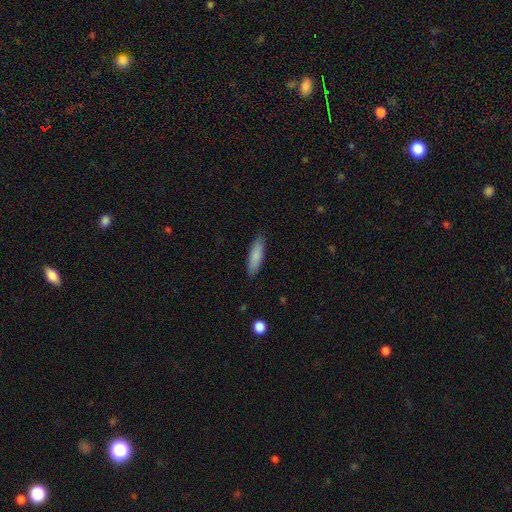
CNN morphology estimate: Smooth or featured: smooth — 83% (featured or disk — 11%)
How rounded: cigar-shaped — 67% (in between — 32%)
Merging: none — 87% (minor disturbance — 10%)